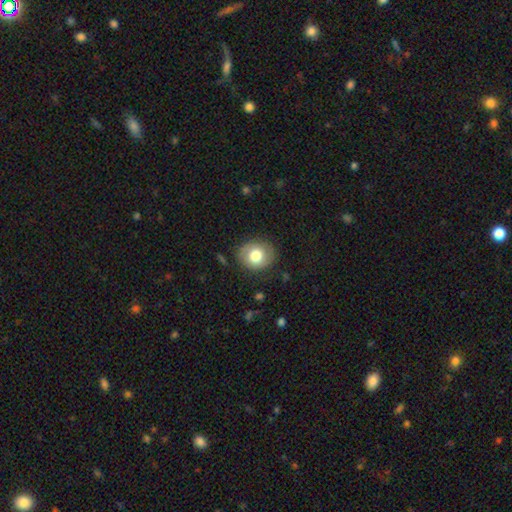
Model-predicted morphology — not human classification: Q: Smooth or featured?
A: smooth (72%); runner-up: featured or disk (20%)
Q: How rounded?
A: round (71%); runner-up: in between (28%)
Q: Merging?
A: none (83%); runner-up: minor disturbance (12%)